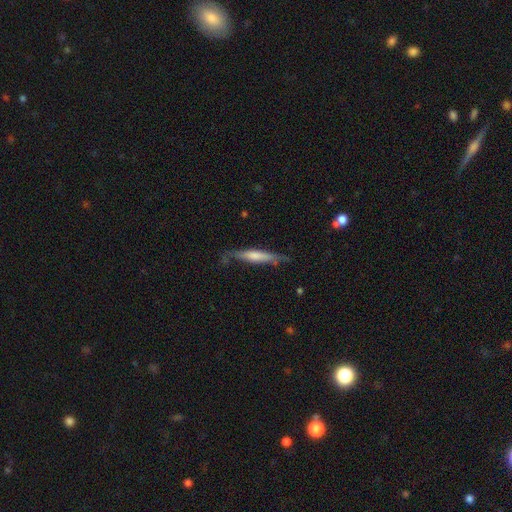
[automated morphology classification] Overall: smooth (56%; featured or disk 39%). How rounded: cigar-shaped (88%). Merging: none (67%).